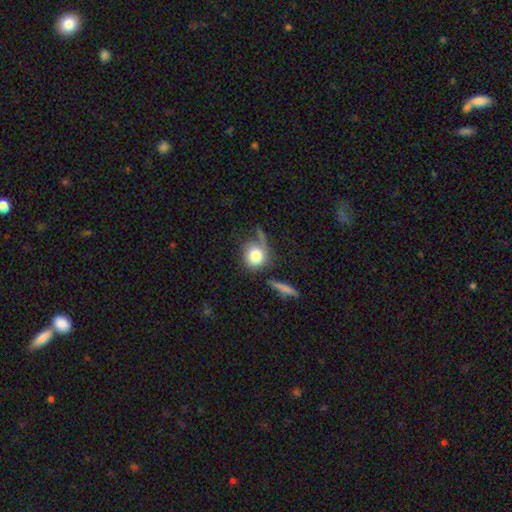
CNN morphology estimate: smooth_or_featured: smooth (p=0.76) [alt: featured or disk p=0.16]
how_rounded: round (p=0.82) [alt: in between p=0.16]
merging: none (p=0.49) [alt: minor disturbance p=0.21]